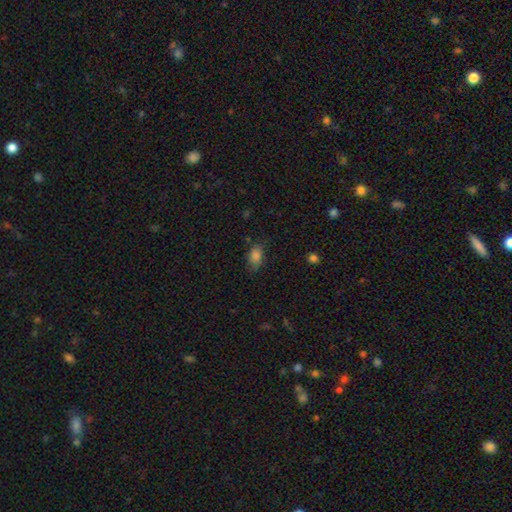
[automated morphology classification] smooth 82%, star or artifact 11%, featured or disk 7%. Down the decision tree: how rounded — in between (85%); merging — none (70%).